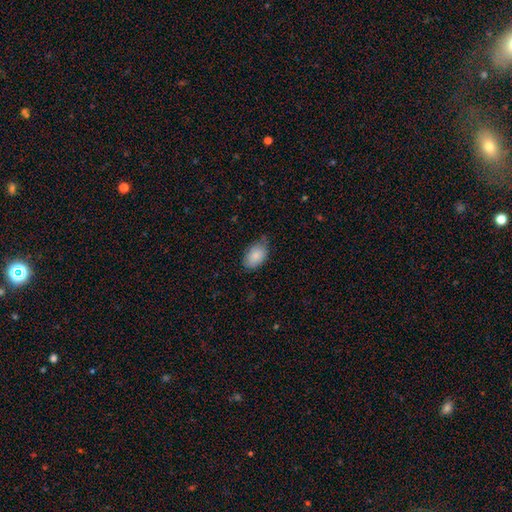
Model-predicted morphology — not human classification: type=smooth (86%); roundness=in between (91%); merging=none (66%).